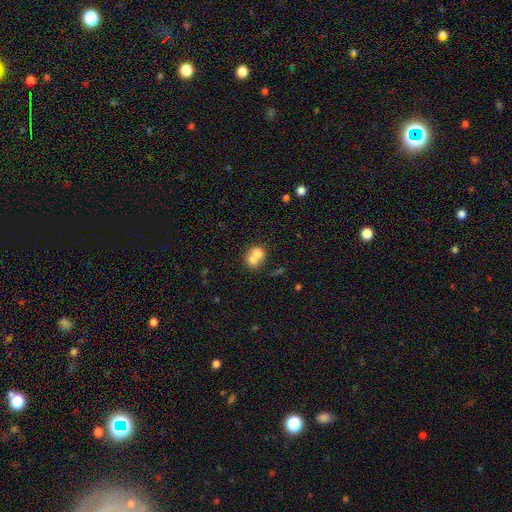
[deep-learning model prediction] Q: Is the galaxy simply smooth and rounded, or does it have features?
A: smooth — 68%.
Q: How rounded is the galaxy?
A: round — 66%.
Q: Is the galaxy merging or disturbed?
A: merger — 69%.